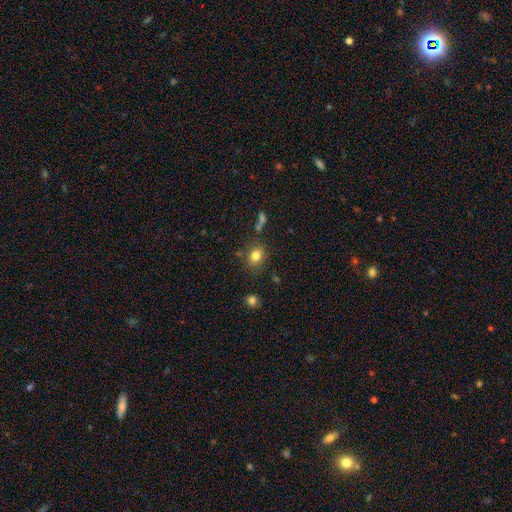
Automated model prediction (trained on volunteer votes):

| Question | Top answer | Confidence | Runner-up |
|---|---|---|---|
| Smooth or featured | smooth | 80% | star or artifact (12%) |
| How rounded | round | 55% | in between (44%) |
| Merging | none | 80% | minor disturbance (12%) |